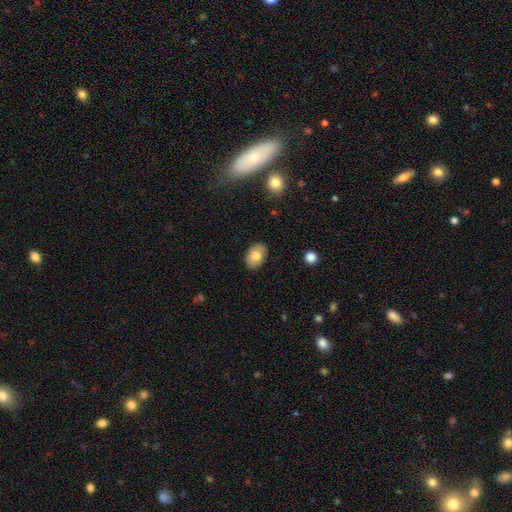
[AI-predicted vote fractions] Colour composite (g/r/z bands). It shows a smooth galaxy with no disk features (76%) that is in between round and cigar-shaped (79%). Merging: none (85%).